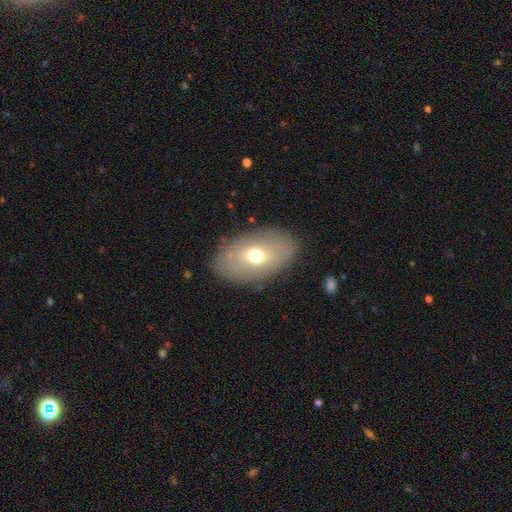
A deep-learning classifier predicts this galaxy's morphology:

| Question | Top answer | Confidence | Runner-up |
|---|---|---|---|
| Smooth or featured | smooth | 61% | featured or disk (31%) |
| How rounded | in between | 89% | round (10%) |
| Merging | none | 85% | minor disturbance (10%) |